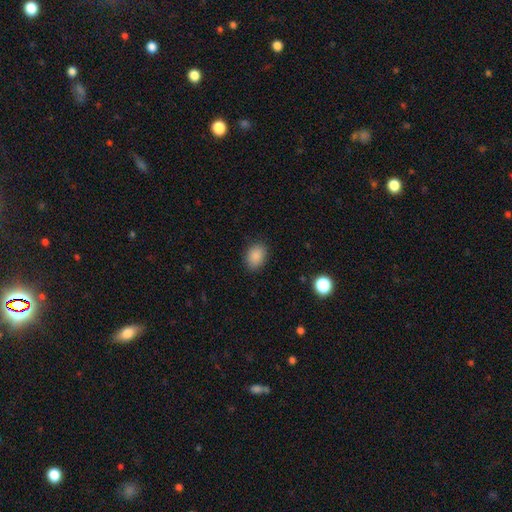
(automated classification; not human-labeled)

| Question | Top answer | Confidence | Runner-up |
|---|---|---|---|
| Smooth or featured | smooth | 88% | star or artifact (9%) |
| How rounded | in between | 70% | round (29%) |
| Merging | none | 86% | minor disturbance (10%) |